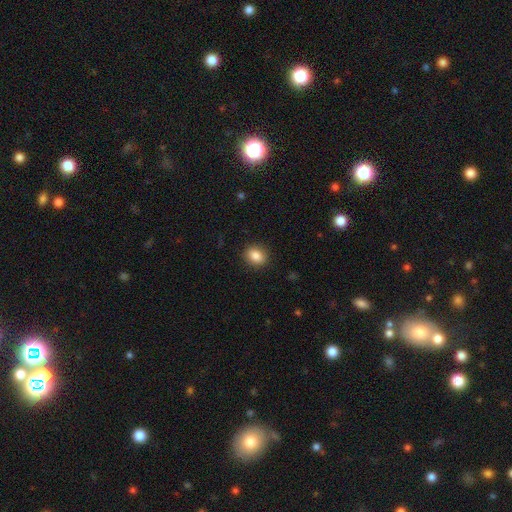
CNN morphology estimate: A smooth galaxy with no disk features (86%) that is round (56%). Merging: none (90%).